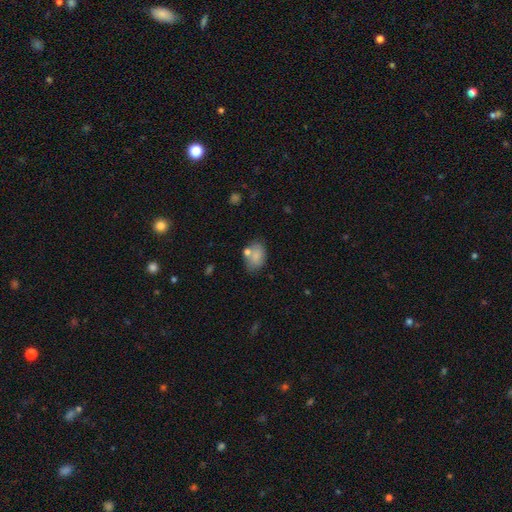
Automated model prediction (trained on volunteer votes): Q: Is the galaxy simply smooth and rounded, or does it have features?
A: smooth — 80%.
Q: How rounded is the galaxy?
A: in between — 86%.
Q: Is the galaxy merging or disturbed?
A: none — 61%.